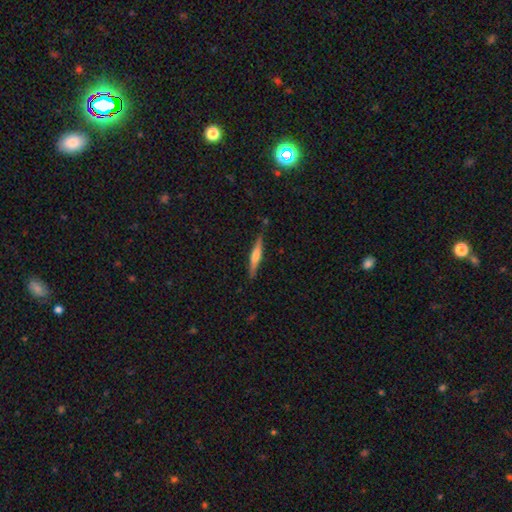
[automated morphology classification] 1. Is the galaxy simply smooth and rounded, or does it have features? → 51% featured or disk, 43% smooth, 6% star or artifact.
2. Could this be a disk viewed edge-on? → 96% yes, 4% no.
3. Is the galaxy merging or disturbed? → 85% none, 11% minor disturbance, 2% major disturbance, 2% merger.